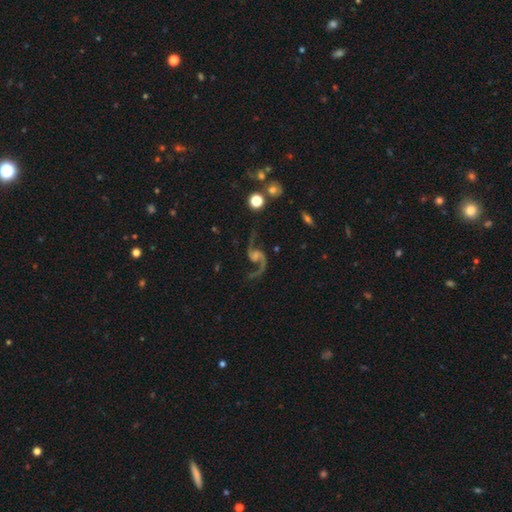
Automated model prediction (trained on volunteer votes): smooth-or-featured: featured or disk: 91% | star or artifact: 6% | smooth: 4%
  disk-edge-on: no: 98% | yes: 2%
    bar: no: 56% | weak: 34% | strong: 10%
    has-spiral-arms: yes: 98% | no: 2%
      spiral-winding: loose: 70% | medium: 26% | tight: 4%
      spiral-arm-count: 2: 92% | 1: 4% | can't tell: 1% | 3: 1% | 4: 1% | more than 4: 1%
    bulge-size: small: 34% | moderate: 32% | none: 22% | large: 9% | dominant: 2%
  merging: none: 71% | minor disturbance: 14% | major disturbance: 12% | merger: 4%